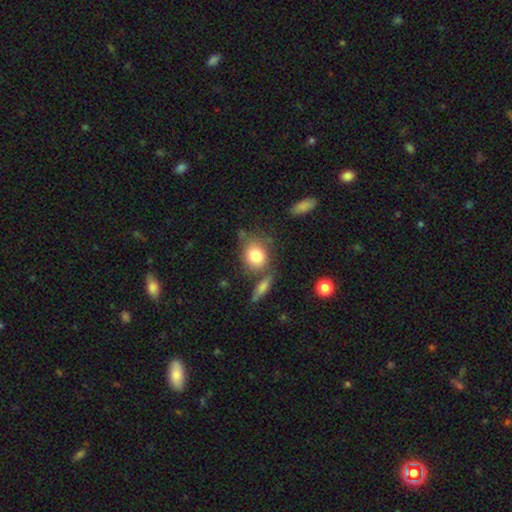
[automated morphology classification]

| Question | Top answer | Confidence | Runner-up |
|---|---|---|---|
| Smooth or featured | smooth | 80% | featured or disk (12%) |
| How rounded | round | 55% | in between (43%) |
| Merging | none | 57% | merger (19%) |